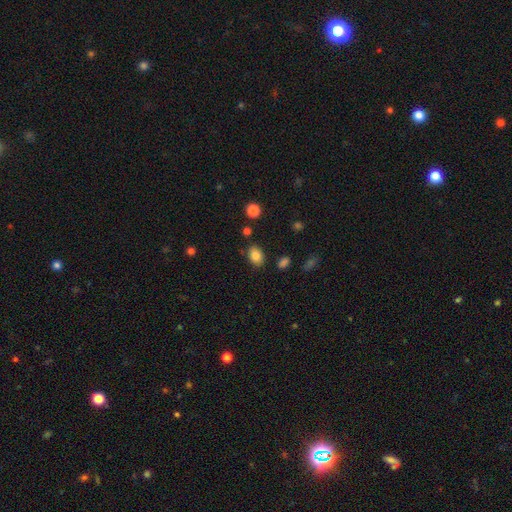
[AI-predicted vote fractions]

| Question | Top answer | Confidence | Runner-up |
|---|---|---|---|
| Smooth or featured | smooth | 83% | star or artifact (10%) |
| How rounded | in between | 79% | round (20%) |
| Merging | none | 82% | minor disturbance (12%) |